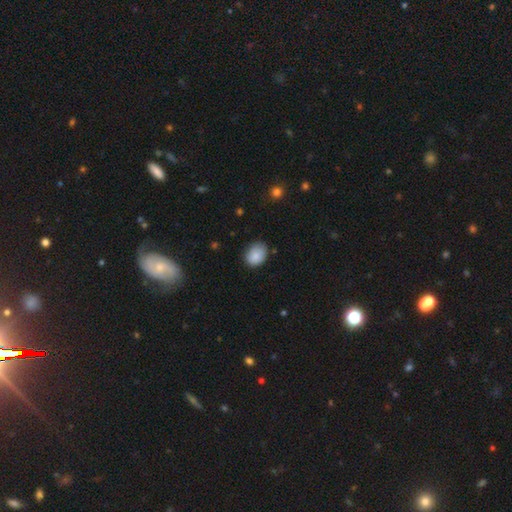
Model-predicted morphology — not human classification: Q: Smooth or featured?
A: smooth (86%); runner-up: star or artifact (7%)
Q: How rounded?
A: in between (63%); runner-up: round (36%)
Q: Merging?
A: none (73%); runner-up: minor disturbance (22%)